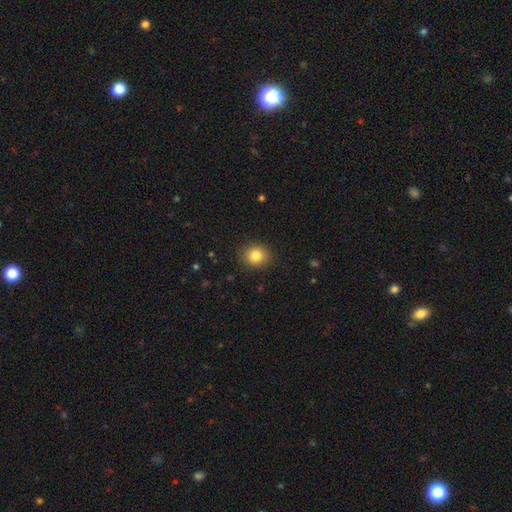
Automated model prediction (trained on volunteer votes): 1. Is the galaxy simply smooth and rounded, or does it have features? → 83% smooth, 10% star or artifact, 6% featured or disk.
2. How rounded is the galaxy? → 82% round, 18% in between, 1% cigar-shaped.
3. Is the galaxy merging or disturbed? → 89% none, 8% minor disturbance, 2% major disturbance, 1% merger.